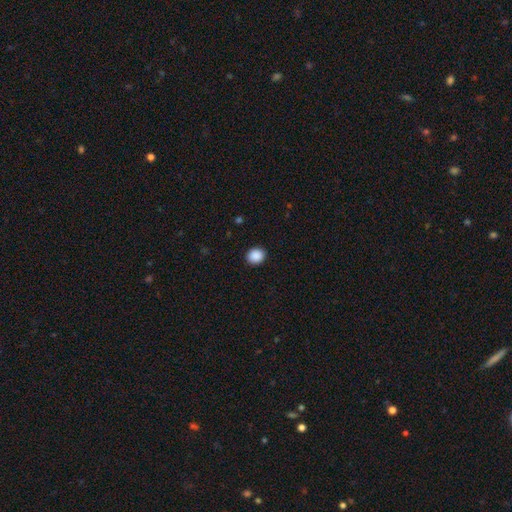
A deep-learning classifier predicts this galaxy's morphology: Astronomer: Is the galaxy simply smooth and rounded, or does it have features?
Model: smooth — 89%.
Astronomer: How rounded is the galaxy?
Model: round — 75%.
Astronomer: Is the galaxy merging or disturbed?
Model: none — 91%.